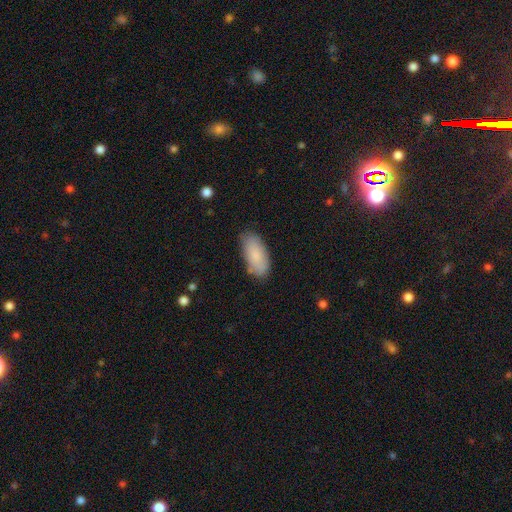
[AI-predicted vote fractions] A smooth galaxy with no disk features (83%) that is in between round and cigar-shaped (89%). Merging: none (80%).